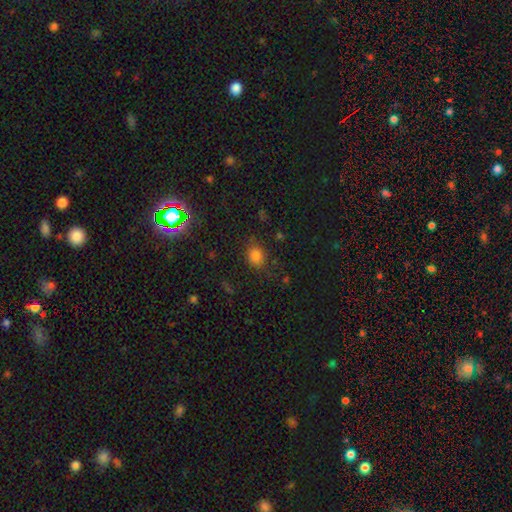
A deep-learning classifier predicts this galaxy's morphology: A smooth galaxy with no disk features (80%) that is round (62%).

Vote fractions:
- Smooth or featured? smooth: 80% / star or artifact: 15% / featured or disk: 5%
- How rounded? round: 62% / in between: 37% / cigar-shaped: 1%
- Merging? none: 79% / minor disturbance: 14% / major disturbance: 5% / merger: 2%